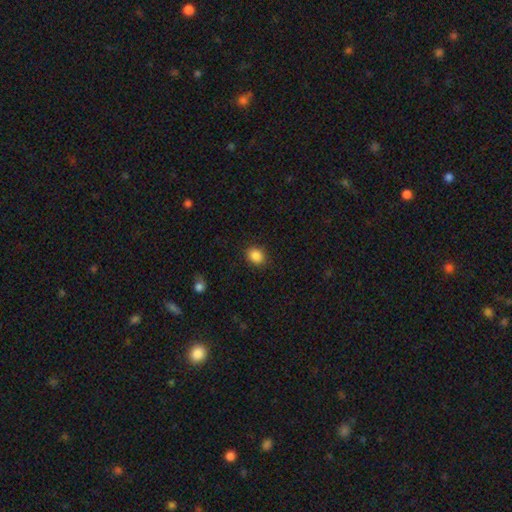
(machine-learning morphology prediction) A smooth galaxy with no disk features (87%) that is round (54%).

Vote fractions:
- Smooth or featured? smooth: 87% / star or artifact: 9% / featured or disk: 3%
- How rounded? round: 54% / in between: 45% / cigar-shaped: 1%
- Merging? none: 88% / minor disturbance: 9% / major disturbance: 3% / merger: 1%